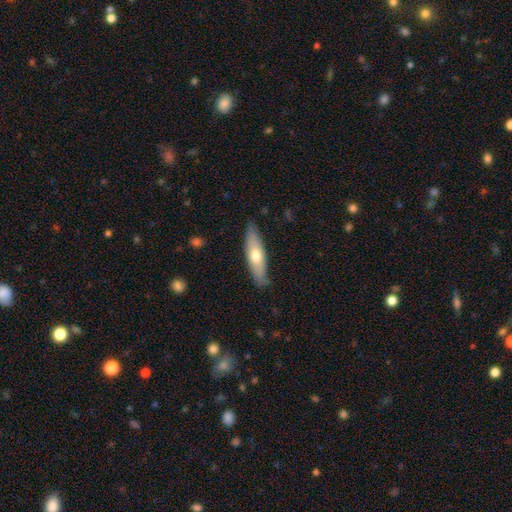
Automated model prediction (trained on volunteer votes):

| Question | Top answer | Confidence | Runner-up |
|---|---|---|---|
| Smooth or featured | smooth | 59% | featured or disk (36%) |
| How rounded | cigar-shaped | 62% | in between (36%) |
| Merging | none | 84% | minor disturbance (13%) |